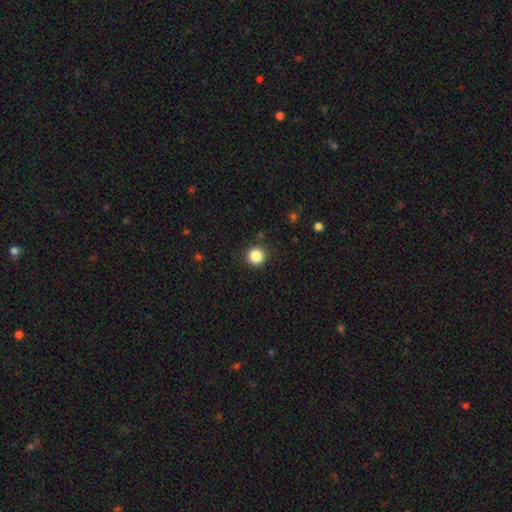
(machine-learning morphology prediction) type=smooth (86%); roundness=round (95%); merging=none (91%).